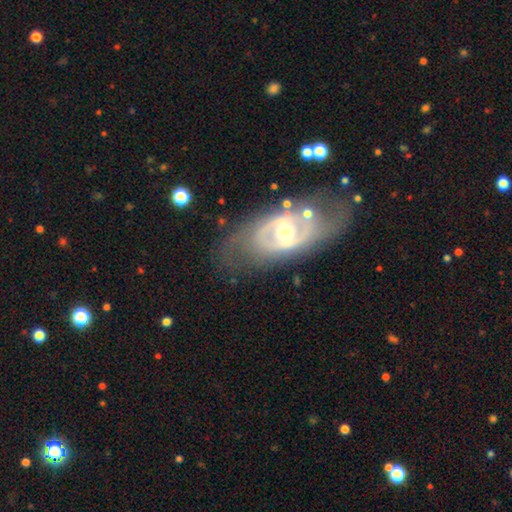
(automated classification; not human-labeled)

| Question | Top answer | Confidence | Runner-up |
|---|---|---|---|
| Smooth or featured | featured or disk | 81% | smooth (13%) |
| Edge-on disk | no | 91% | yes (9%) |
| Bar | weak | 42% | no (31%) |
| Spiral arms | yes | 69% | no (31%) |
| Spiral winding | medium | 41% | tight (40%) |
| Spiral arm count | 2 | 68% | can't tell (22%) |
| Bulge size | moderate | 62% | small (30%) |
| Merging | none | 69% | minor disturbance (18%) |